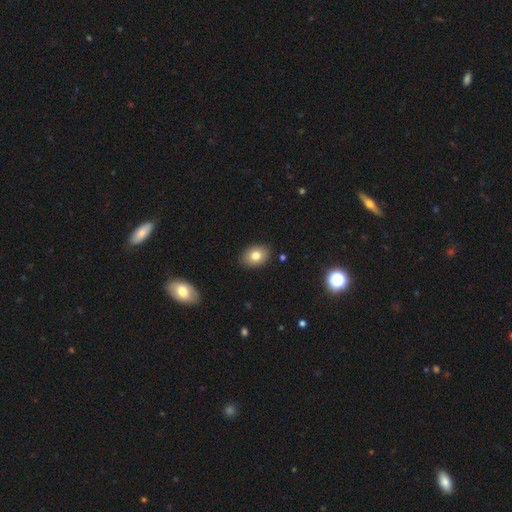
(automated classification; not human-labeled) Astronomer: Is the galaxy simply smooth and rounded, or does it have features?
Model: smooth — 79%.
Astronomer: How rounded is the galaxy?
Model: in between — 72%.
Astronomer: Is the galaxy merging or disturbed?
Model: none — 86%.